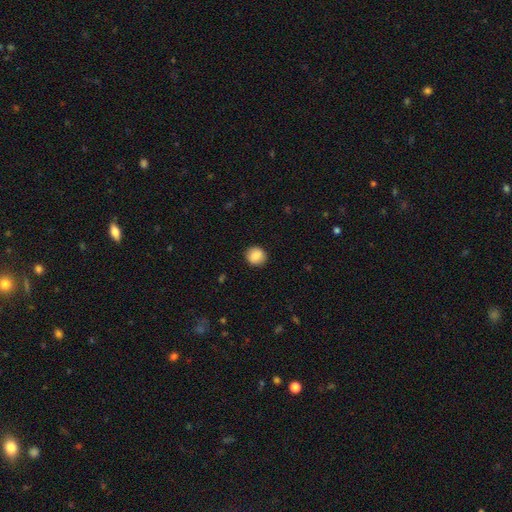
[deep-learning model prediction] This appears to be a smooth galaxy with no disk features (88%) that is round (87%). Merging: none (90%).